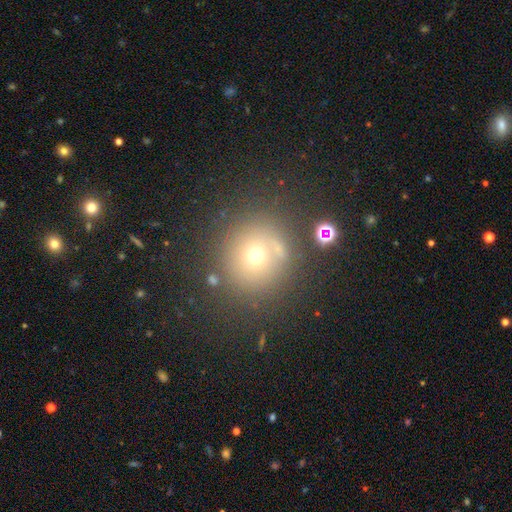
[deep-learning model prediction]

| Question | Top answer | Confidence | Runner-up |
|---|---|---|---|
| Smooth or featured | smooth | 60% | star or artifact (25%) |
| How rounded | round | 90% | in between (9%) |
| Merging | none | 75% | minor disturbance (11%) |